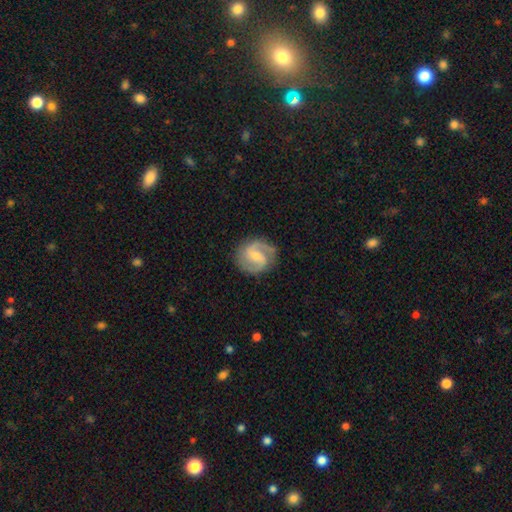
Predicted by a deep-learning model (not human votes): smooth_or_featured: featured or disk (p=0.84) [alt: smooth p=0.11]
disk_edge_on: no (p=0.98) [alt: yes p=0.02]
bar: weak (p=0.57) [alt: no p=0.23]
has_spiral_arms: yes (p=0.97) [alt: no p=0.03]
spiral_winding: medium (p=0.55) [alt: tight p=0.28]
spiral_arm_count: 2 (p=0.89) [alt: can't tell p=0.04]
bulge_size: small (p=0.46) [alt: moderate p=0.44]
merging: none (p=0.81) [alt: minor disturbance p=0.13]